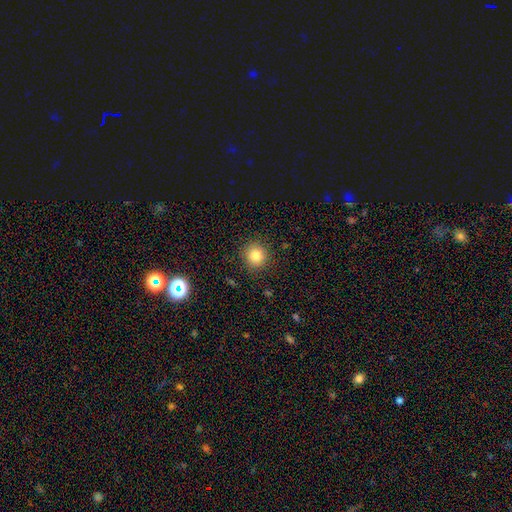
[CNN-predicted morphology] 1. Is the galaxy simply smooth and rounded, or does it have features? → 83% smooth, 11% star or artifact, 6% featured or disk.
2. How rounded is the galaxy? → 91% round, 8% in between, 1% cigar-shaped.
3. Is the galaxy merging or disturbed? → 89% none, 7% minor disturbance, 3% major disturbance, 1% merger.